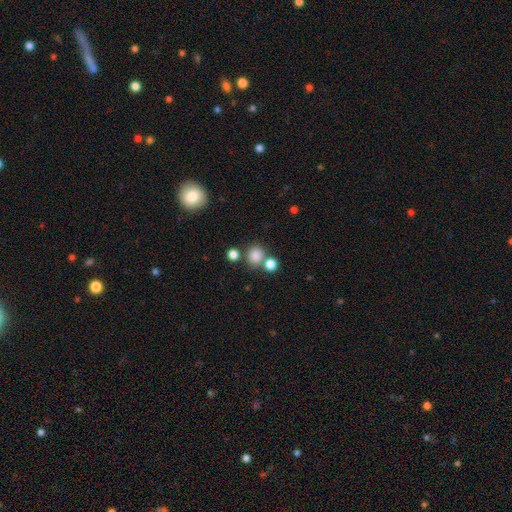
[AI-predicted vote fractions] This is clearly a smooth galaxy (82%). How rounded: clearly round (83%). Merging: likely none (66%).